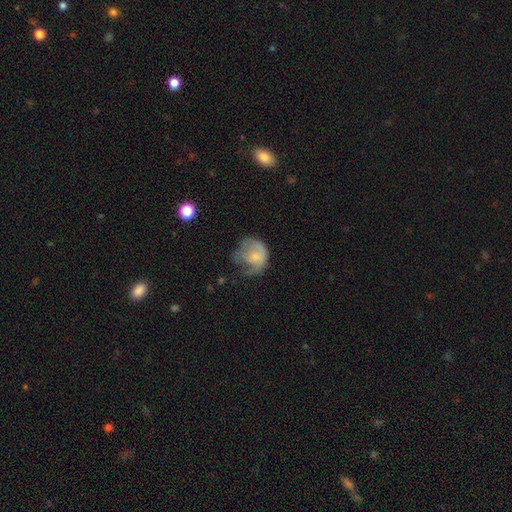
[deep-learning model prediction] Smooth or featured?
  - smooth: 56% *
  - featured or disk: 35%
  - star or artifact: 9%
How rounded?
  - round: 66% *
  - in between: 33%
  - cigar-shaped: 1%
Merging?
  - major disturbance: 43% *
  - none: 27%
  - minor disturbance: 27%
  - merger: 2%